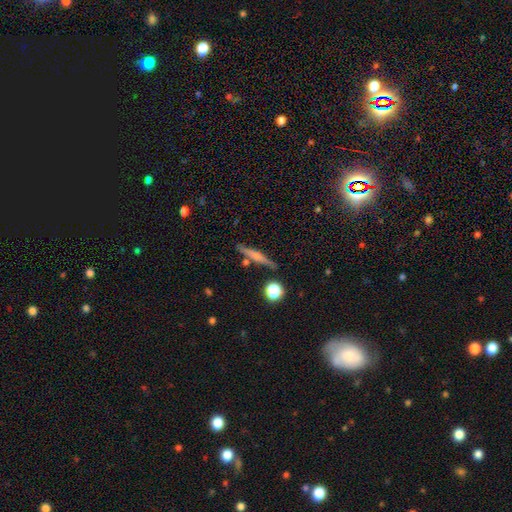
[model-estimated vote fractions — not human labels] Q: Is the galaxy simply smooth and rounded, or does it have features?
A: smooth — 48%.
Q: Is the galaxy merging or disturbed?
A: none — 82%.